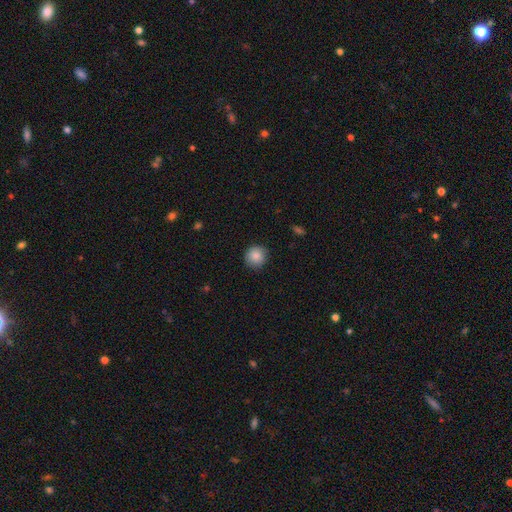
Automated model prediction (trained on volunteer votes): This appears to be a smooth galaxy with no disk features (87%) that is round (93%). Merging: none (88%).